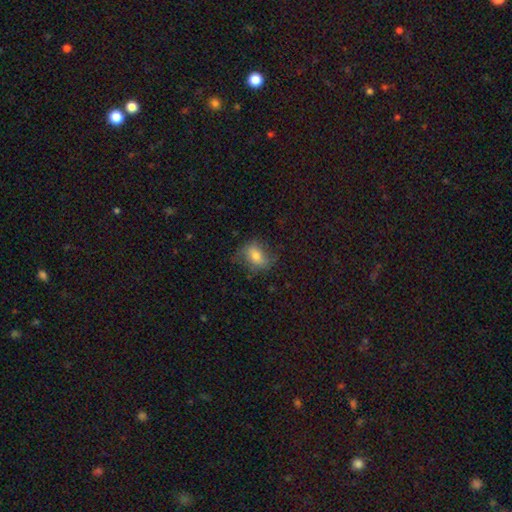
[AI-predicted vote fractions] The model was most divided on "smooth or featured": smooth: 66%, featured or disk: 25%, star or artifact: 9%. More confident: how rounded — in between (72%); merging — none (66%).